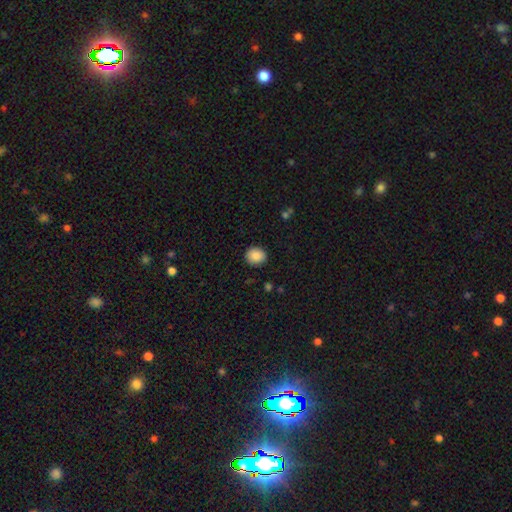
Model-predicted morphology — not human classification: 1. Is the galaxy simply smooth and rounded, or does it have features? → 88% smooth, 8% star or artifact, 4% featured or disk.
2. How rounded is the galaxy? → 69% round, 31% in between, 1% cigar-shaped.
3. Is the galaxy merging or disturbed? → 88% none, 9% minor disturbance, 2% major disturbance, 1% merger.